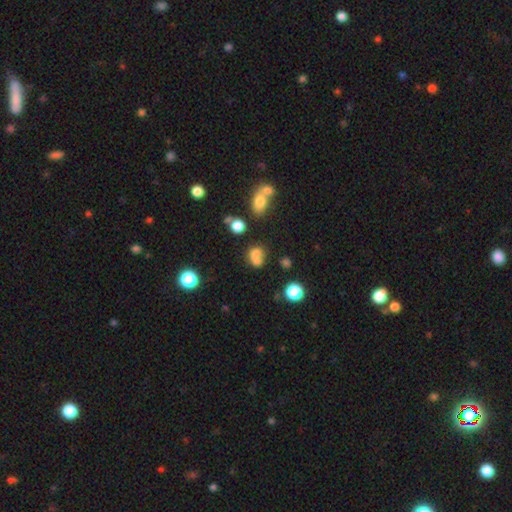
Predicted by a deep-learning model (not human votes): smooth-or-featured: smooth: 68% | star or artifact: 16% | featured or disk: 16%
  how-rounded: round: 56% | in between: 43% | cigar-shaped: 1%
  merging: merger: 47% | none: 32% | minor disturbance: 12% | major disturbance: 10%